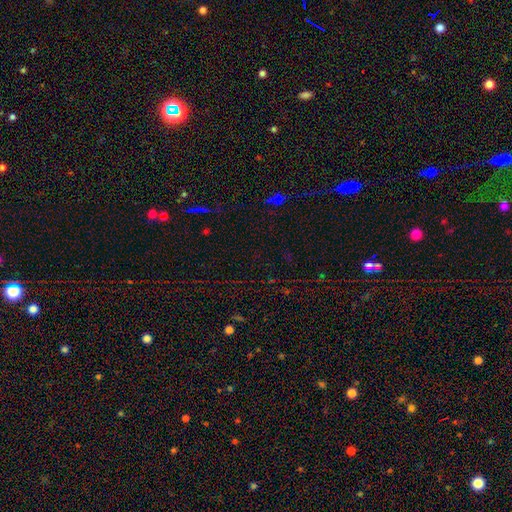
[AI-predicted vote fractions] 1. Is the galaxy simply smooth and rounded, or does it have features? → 72% star or artifact, 19% smooth, 9% featured or disk.